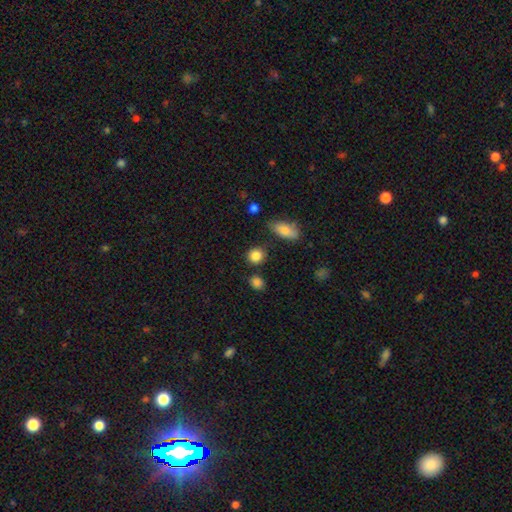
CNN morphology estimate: Smooth or featured: smooth — 86% (star or artifact — 10%)
How rounded: round — 84% (in between — 14%)
Merging: none — 83% (minor disturbance — 10%)